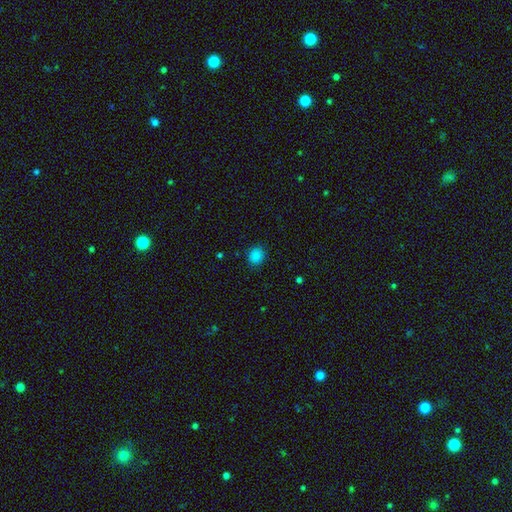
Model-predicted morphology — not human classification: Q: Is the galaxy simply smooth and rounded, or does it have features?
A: smooth — 85%.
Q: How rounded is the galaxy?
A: round — 71%.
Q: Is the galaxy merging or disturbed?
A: none — 87%.